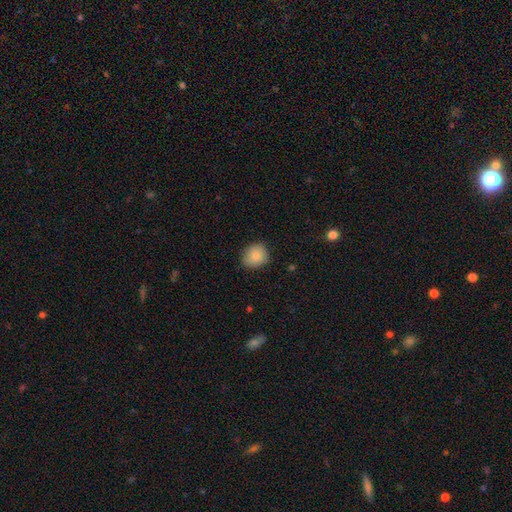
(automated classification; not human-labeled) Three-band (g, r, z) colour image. It shows a smooth galaxy with no disk features (86%) that is round (76%). Merging: none (80%).